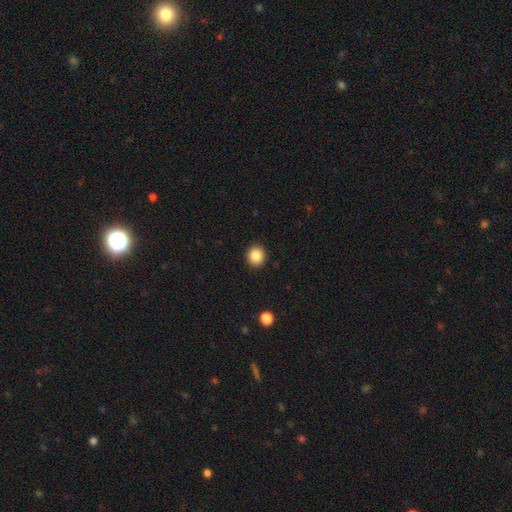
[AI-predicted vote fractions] Smooth or featured? smooth (86%)
How rounded? round (88%)
Merging? none (92%)